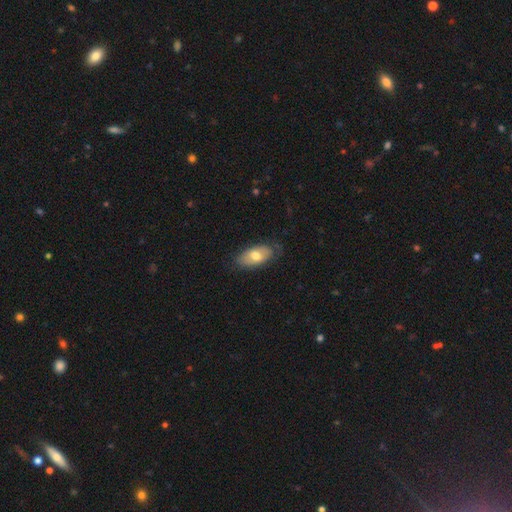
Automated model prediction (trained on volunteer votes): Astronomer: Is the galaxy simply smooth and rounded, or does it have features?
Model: smooth — 65%.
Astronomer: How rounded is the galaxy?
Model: in between — 92%.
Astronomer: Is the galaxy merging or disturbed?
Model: none — 72%.